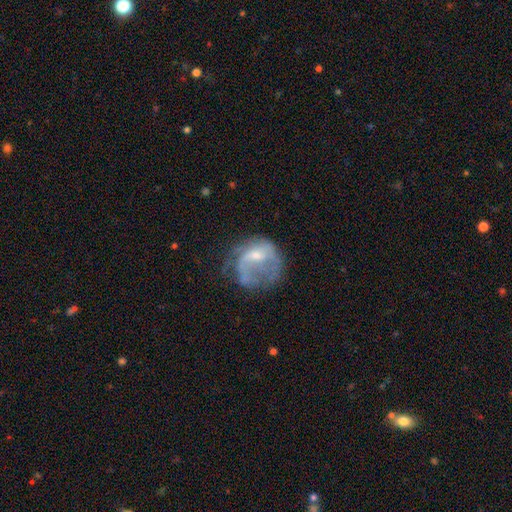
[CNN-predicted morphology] Q: Smooth or featured?
A: featured or disk (58%); runner-up: smooth (32%)
Q: Edge-on disk?
A: no (98%); runner-up: yes (2%)
Q: Bar?
A: no (61%); runner-up: weak (33%)
Q: Spiral arms?
A: no (50%); tied with: yes (50%)
Q: Bulge size?
A: small (48%); runner-up: moderate (34%)
Q: Merging?
A: major disturbance (39%); runner-up: none (34%)